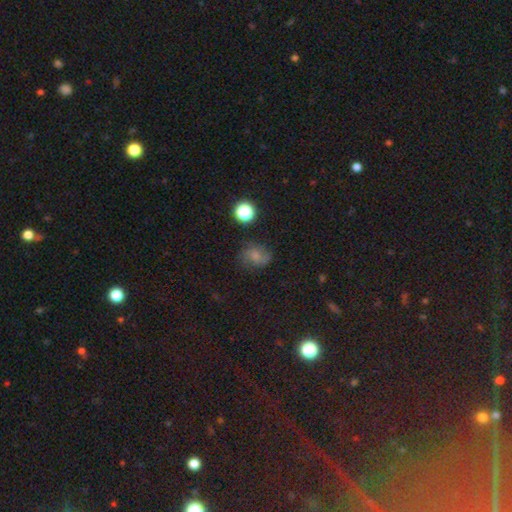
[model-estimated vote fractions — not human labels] This is possibly a smooth galaxy (51%). How rounded: possibly round (53%). Merging: likely none (63%).